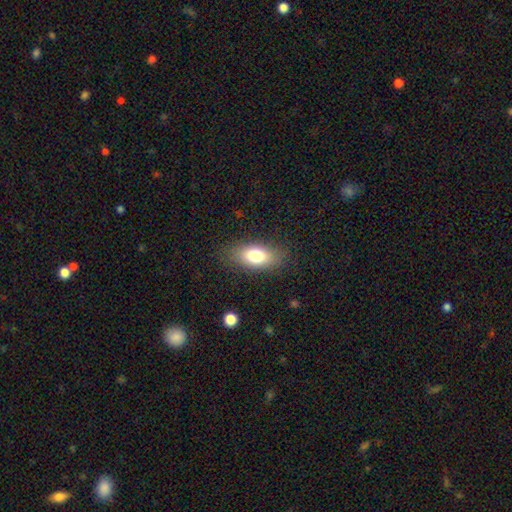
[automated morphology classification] The model was most divided on "smooth or featured": smooth: 77%, featured or disk: 14%, star or artifact: 8%. More confident: how rounded — in between (87%); merging — none (82%).